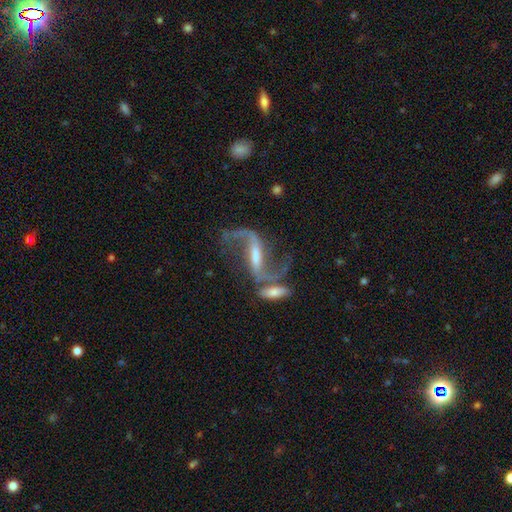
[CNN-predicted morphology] type=featured or disk (86%); edge-on=no (89%); bar=strong (54%); spiral arms=yes (94%); winding=loose (82%); arm count=2 (89%); bulge=small (38%); merging=none (44%).